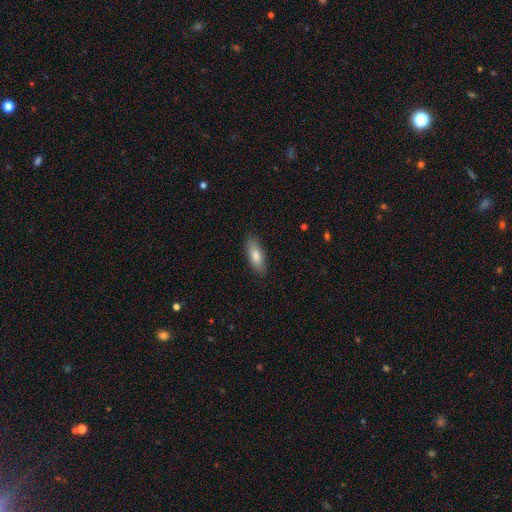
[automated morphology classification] Smooth or featured? Predicted: smooth (p=0.82). How rounded? Predicted: in between (p=0.64). Merging? Predicted: none (p=0.87).